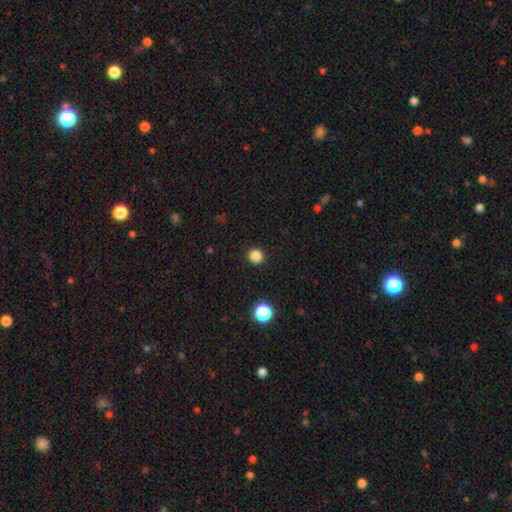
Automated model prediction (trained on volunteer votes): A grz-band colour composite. It shows a smooth galaxy with no disk features (84%) that is round (93%). Merging: none (93%).